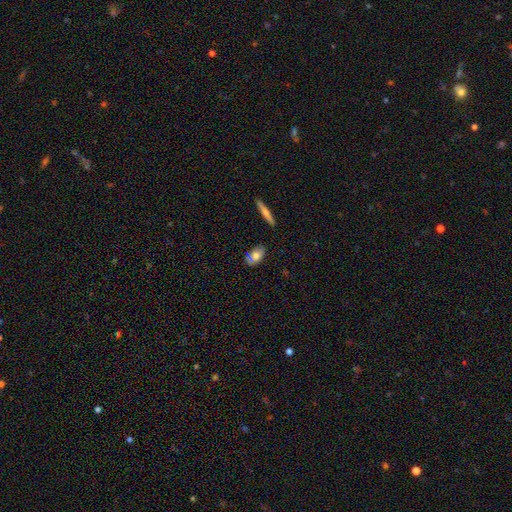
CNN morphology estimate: Smooth or featured? Predicted: smooth (p=0.68). How rounded? Predicted: in between (p=0.87). Merging? Predicted: none (p=0.73).